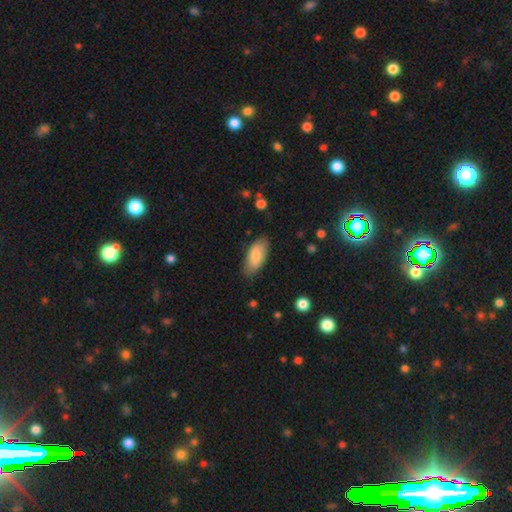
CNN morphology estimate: Smooth or featured? smooth (82%)
How rounded? in between (88%)
Merging? none (79%)